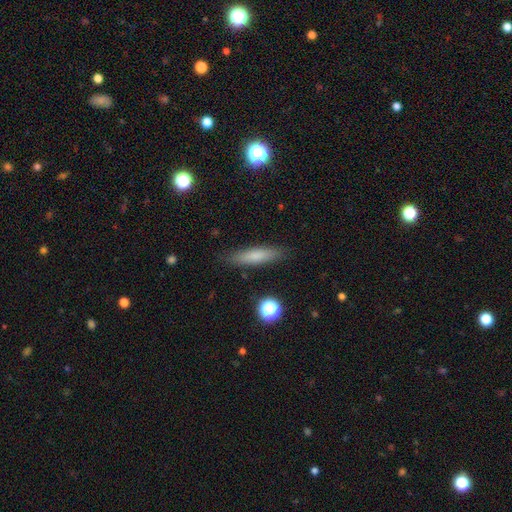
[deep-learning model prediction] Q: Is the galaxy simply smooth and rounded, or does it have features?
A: smooth — 73%.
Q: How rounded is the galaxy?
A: cigar-shaped — 80%.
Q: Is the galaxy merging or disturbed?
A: none — 87%.